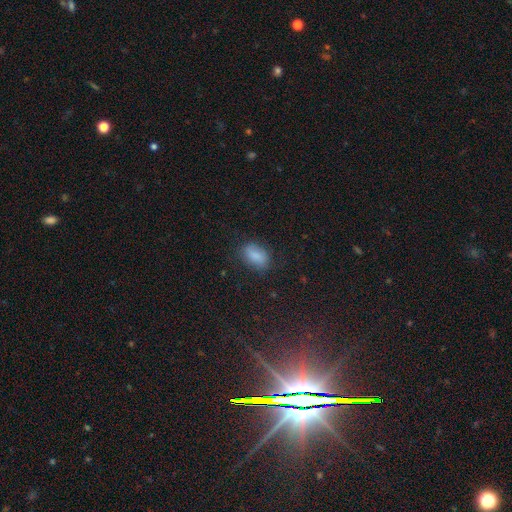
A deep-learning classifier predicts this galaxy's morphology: This is clearly a smooth galaxy (85%). How rounded: clearly in between (89%). Merging: likely none (76%).